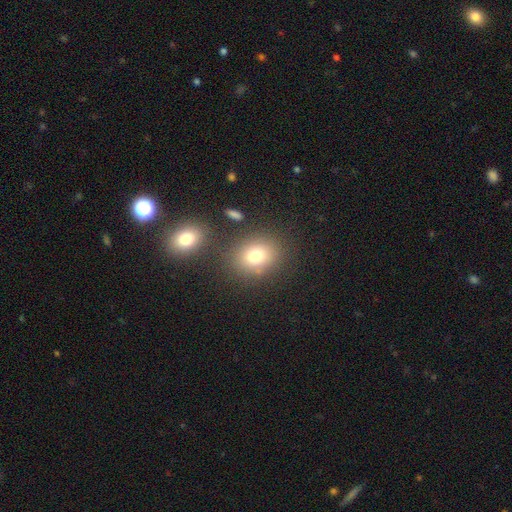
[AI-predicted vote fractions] Smooth or featured? smooth (76%)
How rounded? round (58%)
Merging? none (77%)